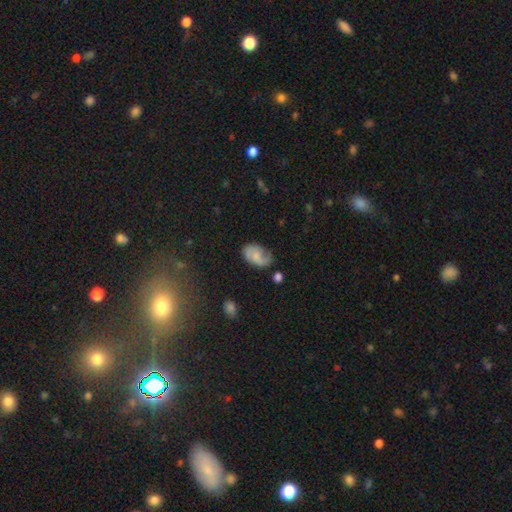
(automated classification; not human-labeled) Smooth or featured?
  - smooth: 47% *
  - featured or disk: 45%
  - star or artifact: 8%
Merging?
  - none: 61% *
  - minor disturbance: 27%
  - major disturbance: 10%
  - merger: 3%